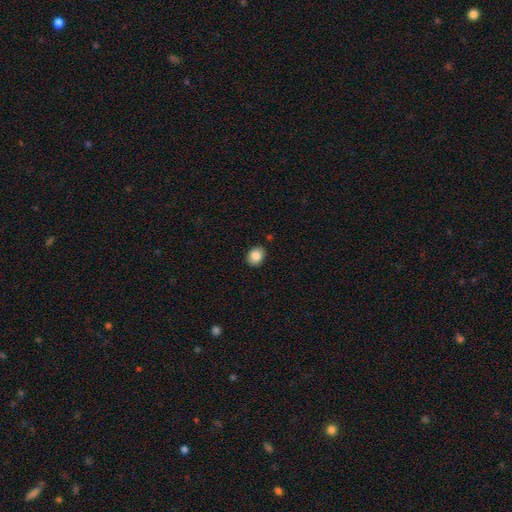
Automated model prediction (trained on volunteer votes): Morphology: type=smooth (86%); roundness=in between (51%); merging=none (88%).